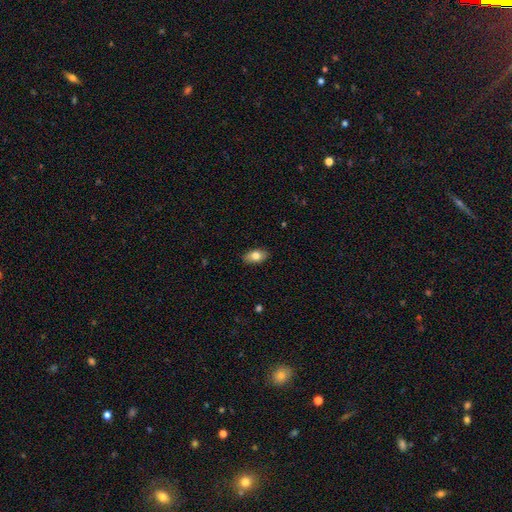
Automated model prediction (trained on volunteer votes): The model was most divided on "smooth or featured": smooth: 79%, featured or disk: 15%, star or artifact: 7%. More confident: how rounded — in between (92%); merging — none (88%).